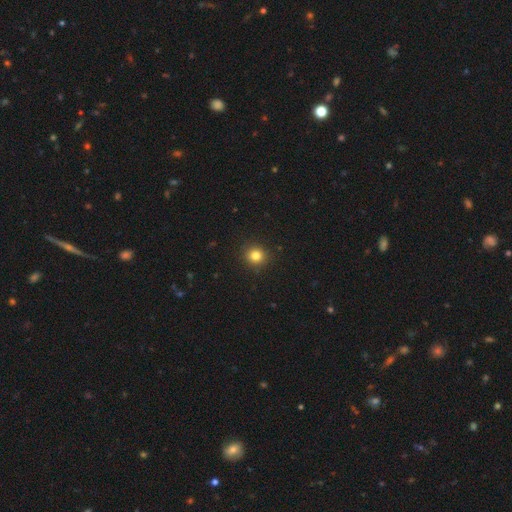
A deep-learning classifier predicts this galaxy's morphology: This appears to be a smooth galaxy with no disk features (82%) that is round (91%). Merging: none (92%).